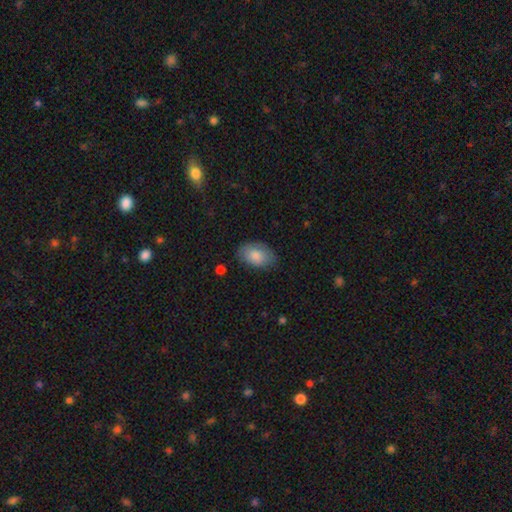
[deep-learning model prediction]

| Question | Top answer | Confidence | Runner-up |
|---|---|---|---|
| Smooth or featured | smooth | 83% | featured or disk (10%) |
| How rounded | in between | 91% | round (8%) |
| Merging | none | 76% | minor disturbance (19%) |